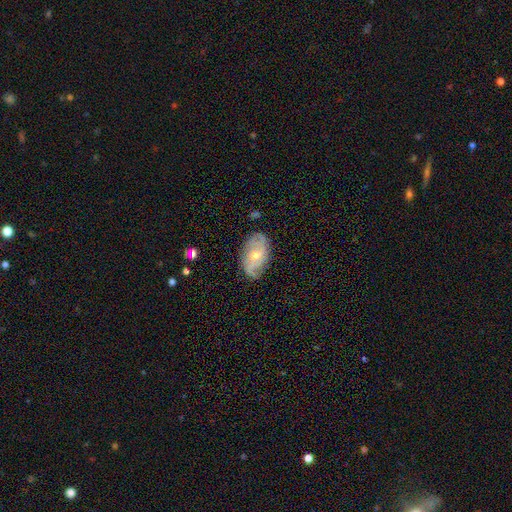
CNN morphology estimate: Smooth or featured? featured or disk (70%)
Edge-on disk? no (95%)
Bar? no (54%)
Spiral arms? yes (85%)
Spiral winding? medium (39%)
Spiral arm count? 2 (46%)
Bulge size? small (55%)
Merging? none (70%)